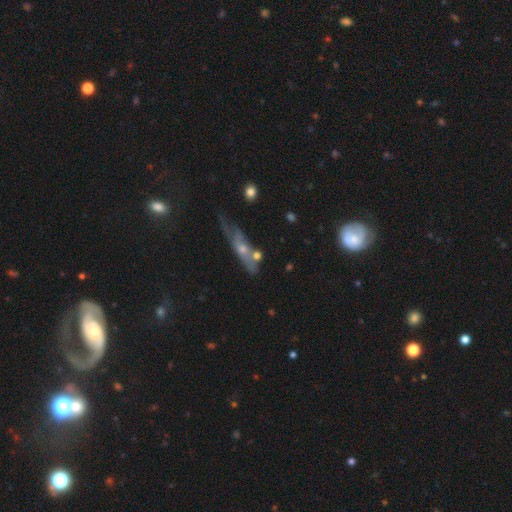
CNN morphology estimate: smooth-or-featured: featured or disk: 47% | smooth: 44% | star or artifact: 8%
  merging: none: 32% | minor disturbance: 24% | merger: 23% | major disturbance: 20%